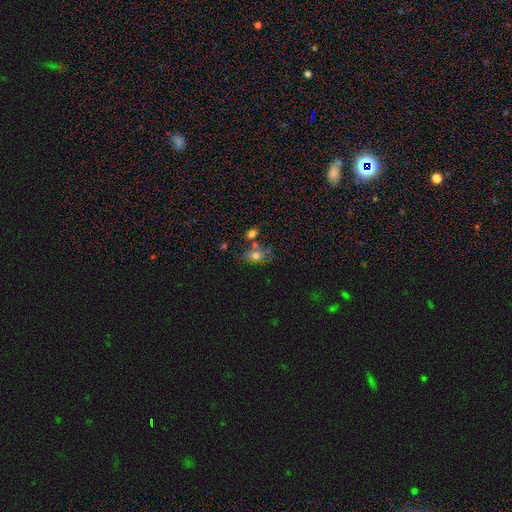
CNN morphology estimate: Q: Smooth or featured?
A: smooth (67%); runner-up: featured or disk (18%)
Q: How rounded?
A: in between (74%); runner-up: round (23%)
Q: Merging?
A: none (50%); runner-up: merger (21%)